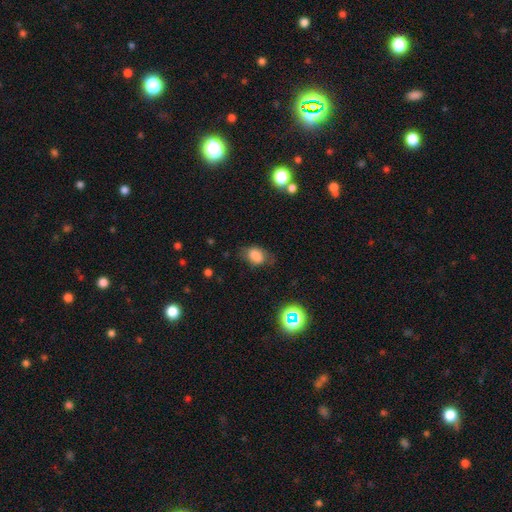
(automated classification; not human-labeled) Overall: smooth (79%). How rounded: in between (80%). Merging: none (62%; minor disturbance 27%).